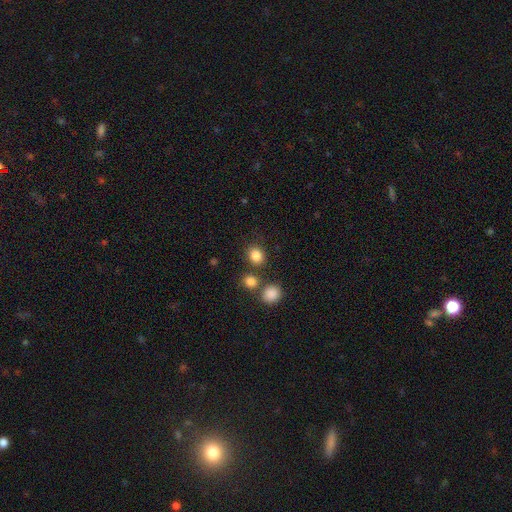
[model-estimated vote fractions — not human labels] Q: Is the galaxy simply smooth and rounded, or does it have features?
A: smooth — 84%.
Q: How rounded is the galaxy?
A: round — 70%.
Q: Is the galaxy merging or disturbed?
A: none — 76%.